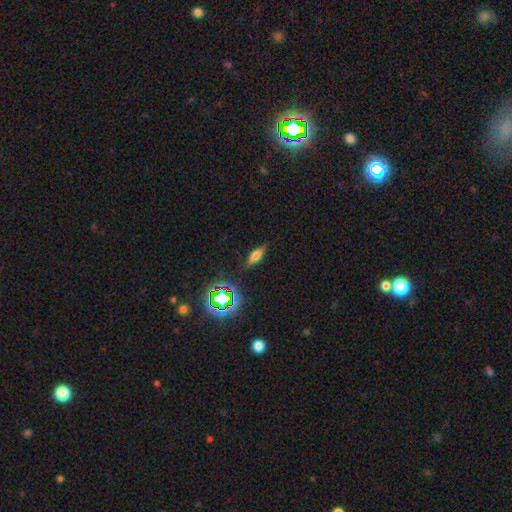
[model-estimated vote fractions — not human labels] Smooth or featured: smooth — 60% (featured or disk — 24%)
How rounded: in between — 50% (cigar-shaped — 45%)
Merging: none — 83% (minor disturbance — 12%)